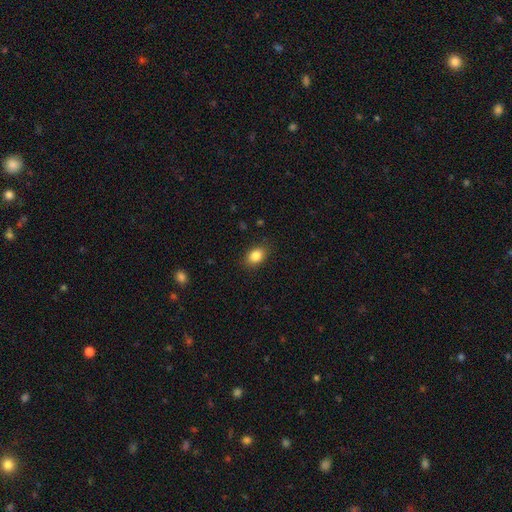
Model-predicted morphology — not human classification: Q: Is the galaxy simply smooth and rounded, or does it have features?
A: smooth — 85%.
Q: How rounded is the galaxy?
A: in between — 71%.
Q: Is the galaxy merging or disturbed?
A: none — 86%.